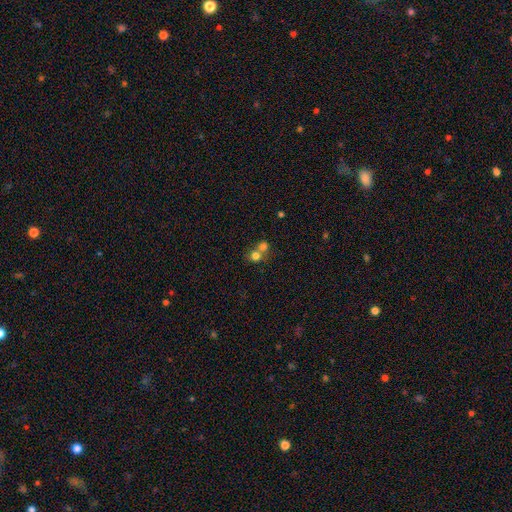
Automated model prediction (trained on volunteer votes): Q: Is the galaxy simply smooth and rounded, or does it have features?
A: smooth — 75%.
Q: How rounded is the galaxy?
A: round — 82%.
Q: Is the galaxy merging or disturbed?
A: merger — 57%.